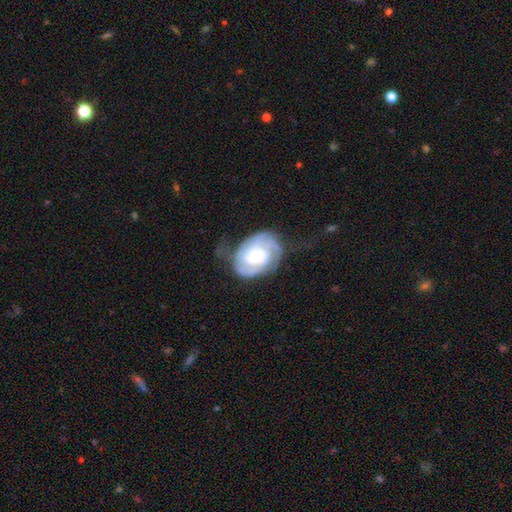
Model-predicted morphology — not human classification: A featured or disk galaxy (85%) with no bar (45%), 2 (55%) tight (57%) spiral arms (97%) and a moderate central bulge (45%). Merging: none (55%).